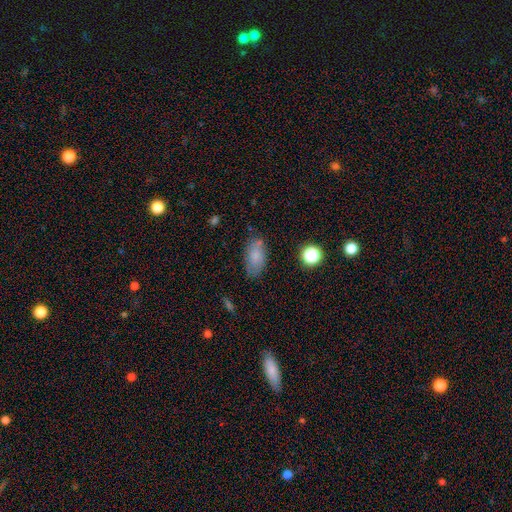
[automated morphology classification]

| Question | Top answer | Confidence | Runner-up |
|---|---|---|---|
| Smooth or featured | smooth | 78% | featured or disk (13%) |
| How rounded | in between | 90% | cigar-shaped (5%) |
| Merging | none | 74% | minor disturbance (18%) |